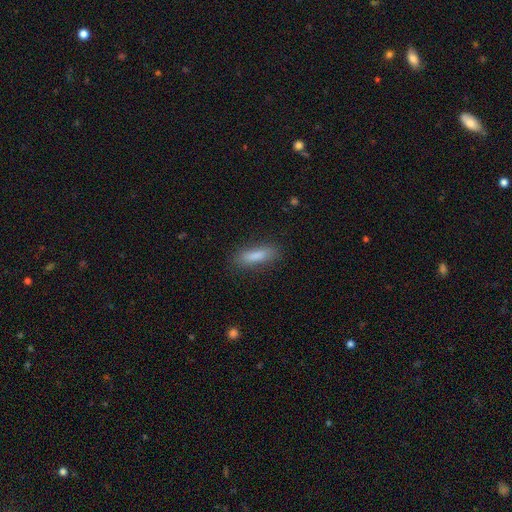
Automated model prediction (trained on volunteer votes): smooth-or-featured: smooth: 82% | featured or disk: 10% | star or artifact: 8%
  how-rounded: cigar-shaped: 60% | in between: 38% | round: 2%
  merging: none: 82% | minor disturbance: 13% | major disturbance: 4% | merger: 2%